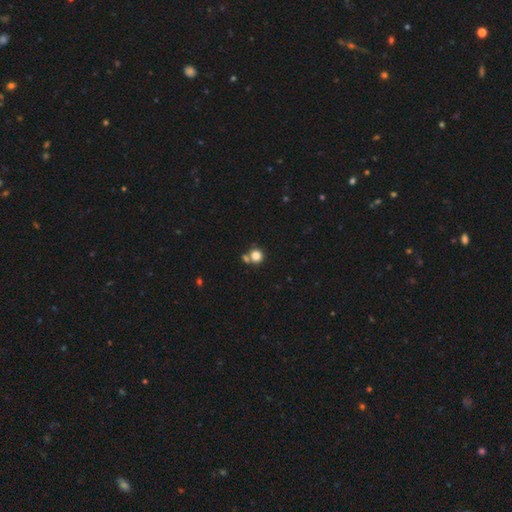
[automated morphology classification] A smooth galaxy with no disk features (80%) that is round (89%). Merging: none (62%).